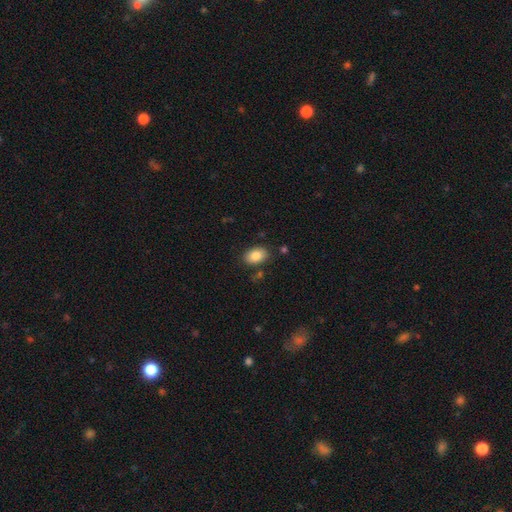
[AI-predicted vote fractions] This appears to be a smooth galaxy with no disk features (85%) that is in between round and cigar-shaped (87%). Merging: none (83%).